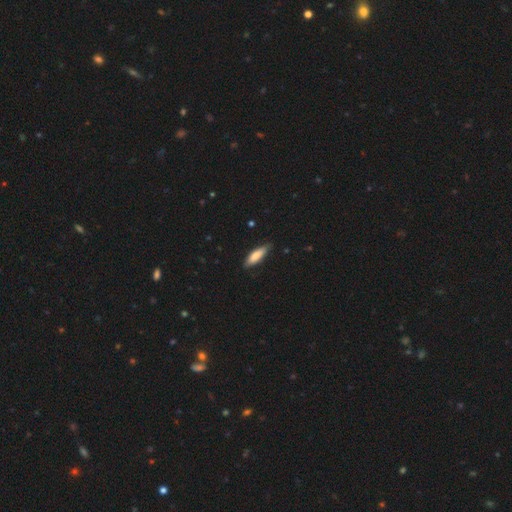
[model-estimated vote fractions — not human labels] This is likely a smooth galaxy (78%). How rounded: possibly cigar-shaped (53%). Merging: clearly none (81%).